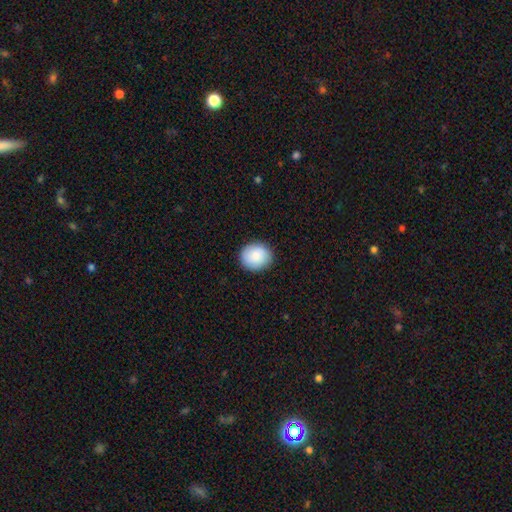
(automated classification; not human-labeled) smooth-or-featured: smooth: 87% | star or artifact: 7% | featured or disk: 6%
  how-rounded: round: 79% | in between: 20% | cigar-shaped: 1%
  merging: none: 89% | minor disturbance: 8% | major disturbance: 2% | merger: 1%